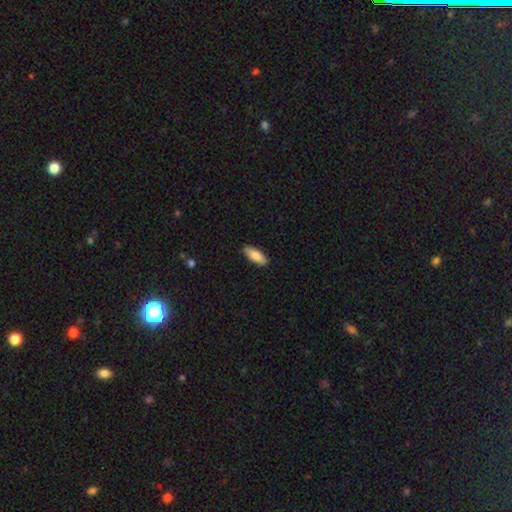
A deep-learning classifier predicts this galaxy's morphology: This is clearly a smooth galaxy (84%). How rounded: likely in between (71%). Merging: clearly none (87%).